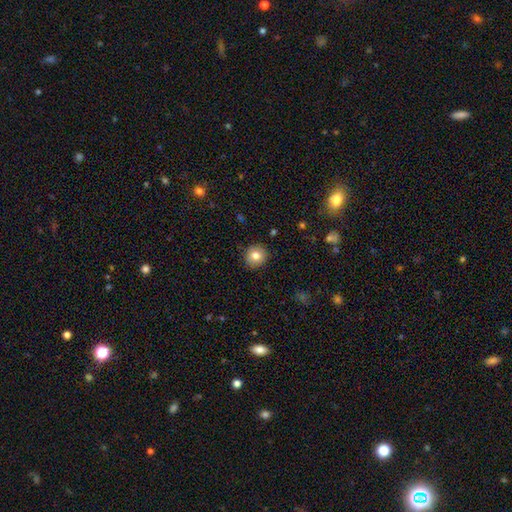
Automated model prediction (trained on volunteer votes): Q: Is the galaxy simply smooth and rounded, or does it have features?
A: smooth — 80%.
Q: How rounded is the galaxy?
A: round — 91%.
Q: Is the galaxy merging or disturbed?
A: none — 90%.